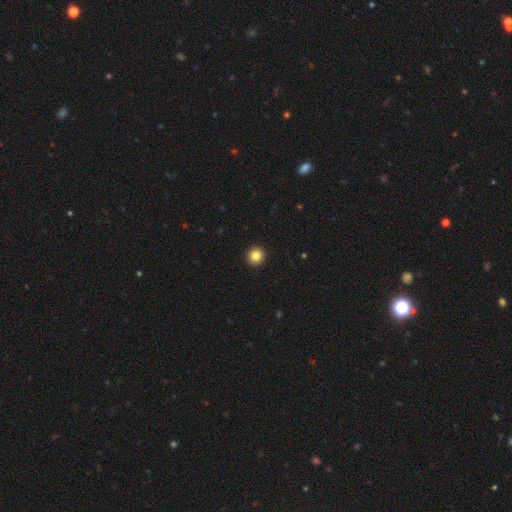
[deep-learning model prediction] Q: Smooth or featured?
A: smooth (84%); runner-up: star or artifact (11%)
Q: How rounded?
A: round (94%); runner-up: in between (5%)
Q: Merging?
A: none (94%); runner-up: minor disturbance (4%)